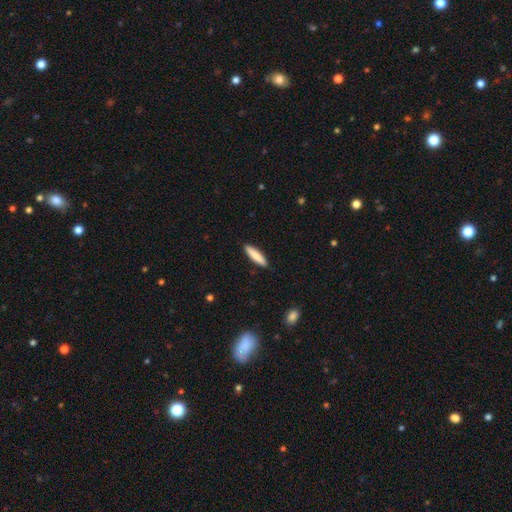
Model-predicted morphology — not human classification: Smooth or featured? Predicted: smooth (p=0.84). How rounded? Predicted: cigar-shaped (p=0.80). Merging? Predicted: none (p=0.91).